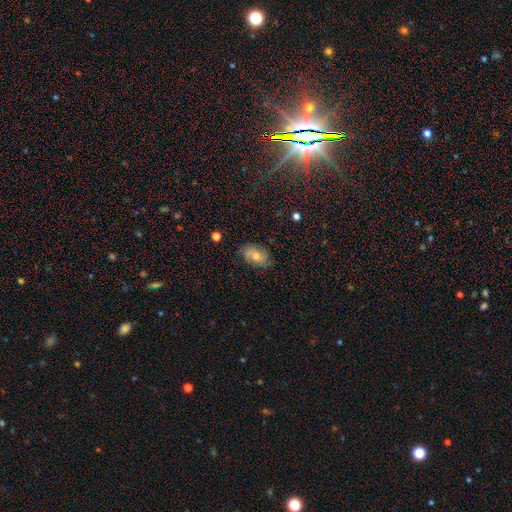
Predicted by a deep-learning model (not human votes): Smooth or featured?
  - featured or disk: 53% *
  - smooth: 32%
  - star or artifact: 15%
Edge-on disk?
  - no: 93% *
  - yes: 7%
Merging?
  - none: 79% *
  - minor disturbance: 15%
  - major disturbance: 4%
  - merger: 1%